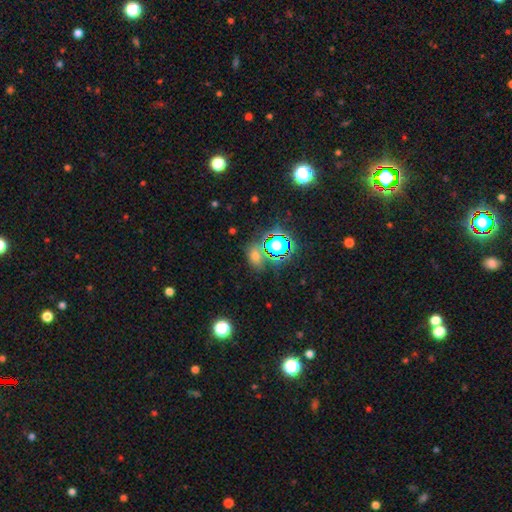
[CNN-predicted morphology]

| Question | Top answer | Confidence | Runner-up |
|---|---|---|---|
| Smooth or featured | smooth | 50% | star or artifact (41%) |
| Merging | none | 68% | minor disturbance (14%) |